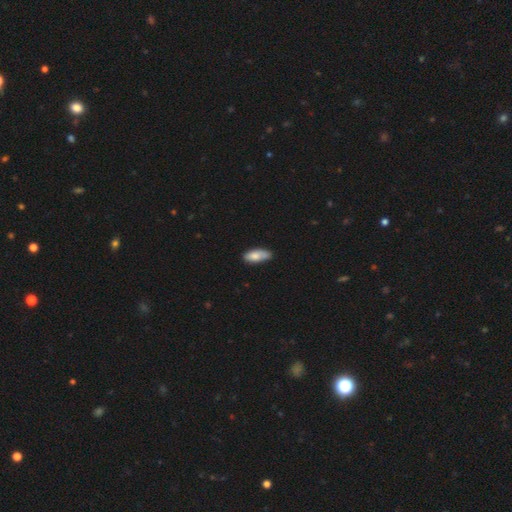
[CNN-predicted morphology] Overall: smooth (80%). How rounded: in between (80%). Merging: none (72%).